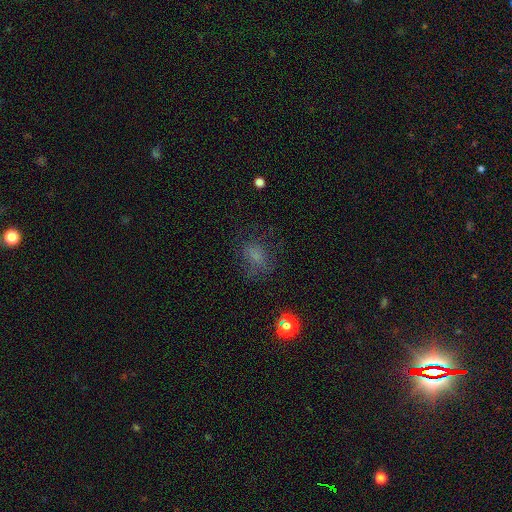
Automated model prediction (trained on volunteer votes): smooth 62%, star or artifact 22%, featured or disk 16%. Down the decision tree: how rounded — in between (57%); merging — none (61%).